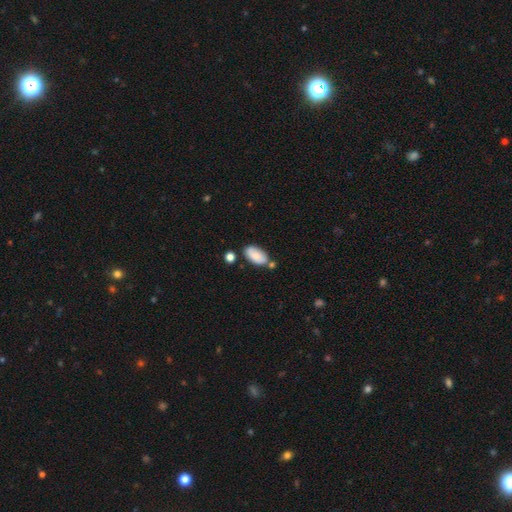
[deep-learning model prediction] This appears to be a smooth galaxy with no disk features (84%) that is in between round and cigar-shaped (94%). Merging: none (65%).